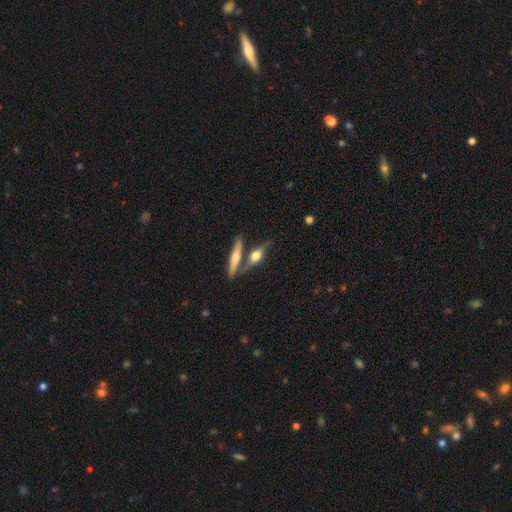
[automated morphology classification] This appears to be a featured or disk galaxy (59%) viewed edge-on (91%) with a rounded central bulge (92%). Merging: none (59%).